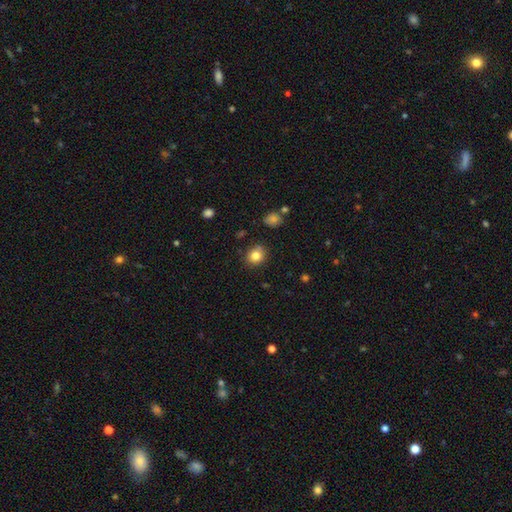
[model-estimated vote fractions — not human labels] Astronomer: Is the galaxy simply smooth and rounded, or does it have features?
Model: smooth — 82%.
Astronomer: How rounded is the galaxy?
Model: round — 78%.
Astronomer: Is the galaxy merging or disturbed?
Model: none — 85%.